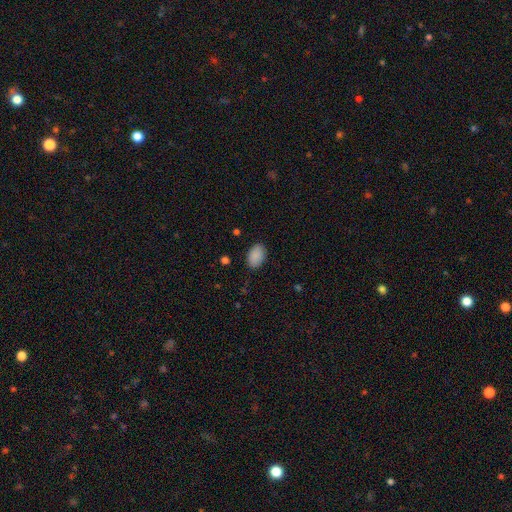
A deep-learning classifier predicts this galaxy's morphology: Smooth or featured: smooth — 89% (star or artifact — 7%)
How rounded: in between — 89% (round — 10%)
Merging: none — 85% (minor disturbance — 11%)